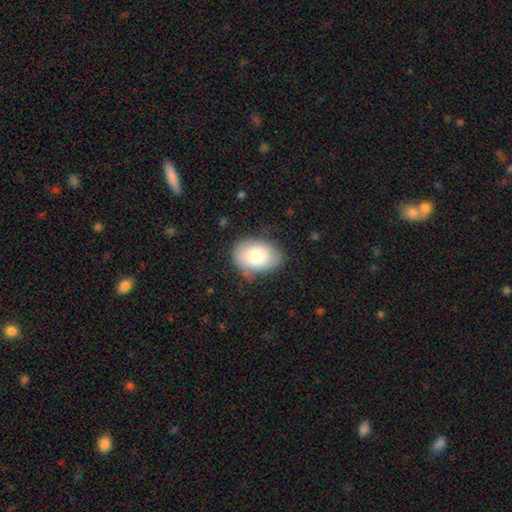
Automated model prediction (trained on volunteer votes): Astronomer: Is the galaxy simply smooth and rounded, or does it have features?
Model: smooth — 76%.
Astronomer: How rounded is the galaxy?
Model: in between — 77%.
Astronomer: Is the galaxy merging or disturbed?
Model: none — 70%.